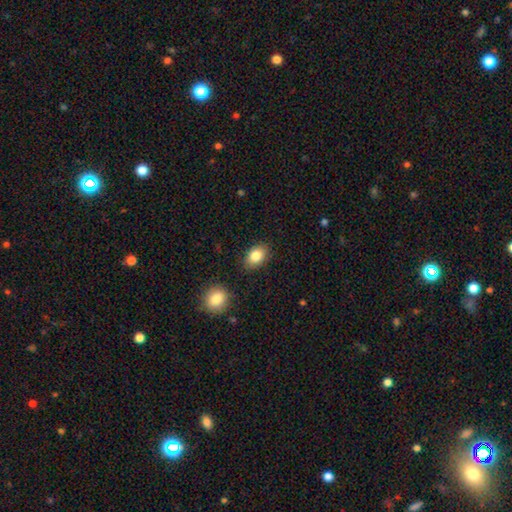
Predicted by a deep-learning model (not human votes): A smooth galaxy with no disk features (84%) that is in between round and cigar-shaped (82%).

Vote fractions:
- Smooth or featured? smooth: 84% / star or artifact: 8% / featured or disk: 8%
- How rounded? in between: 82% / round: 17% / cigar-shaped: 1%
- Merging? none: 84% / minor disturbance: 10% / major disturbance: 3% / merger: 3%